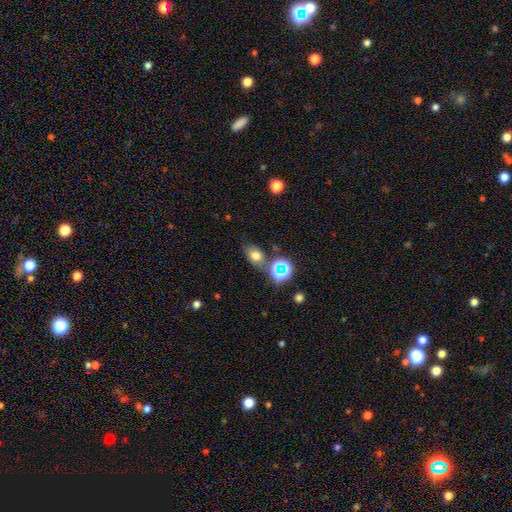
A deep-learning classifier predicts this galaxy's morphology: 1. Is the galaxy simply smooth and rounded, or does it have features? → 67% smooth, 19% star or artifact, 14% featured or disk.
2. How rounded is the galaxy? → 72% in between, 26% round, 2% cigar-shaped.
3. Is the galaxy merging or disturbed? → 64% none, 17% minor disturbance, 13% merger, 6% major disturbance.